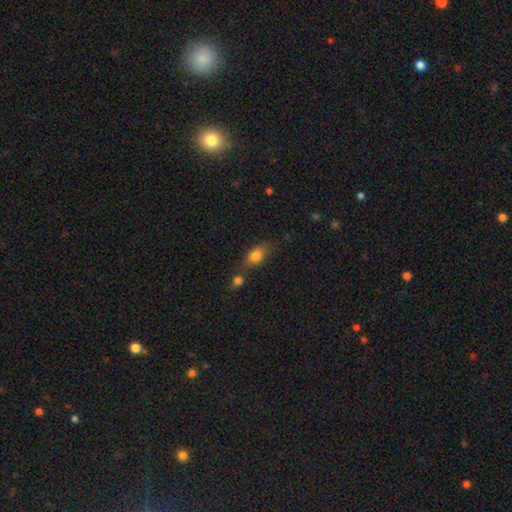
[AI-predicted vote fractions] Smooth or featured?
  - smooth: 80% *
  - featured or disk: 11%
  - star or artifact: 10%
How rounded?
  - in between: 77% *
  - round: 18%
  - cigar-shaped: 5%
Merging?
  - none: 50% *
  - merger: 29%
  - minor disturbance: 15%
  - major disturbance: 6%